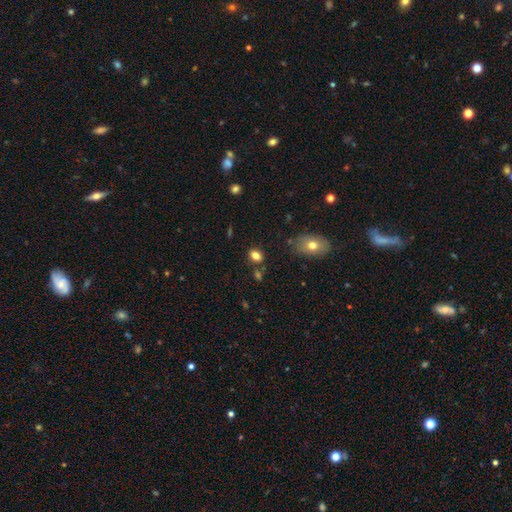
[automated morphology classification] type=smooth (81%); roundness=in between (66%); merging=none (75%).